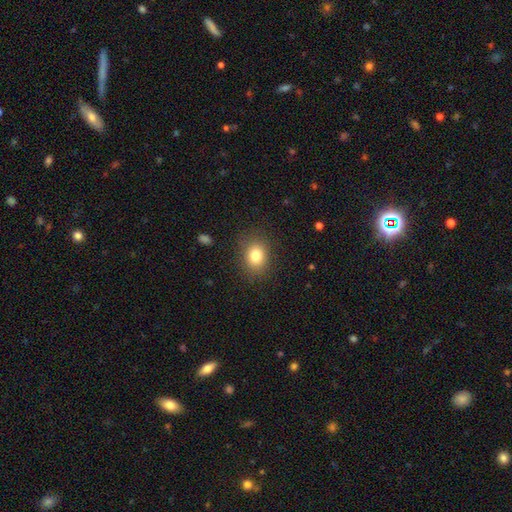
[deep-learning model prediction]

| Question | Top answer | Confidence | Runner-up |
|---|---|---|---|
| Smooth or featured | smooth | 81% | star or artifact (11%) |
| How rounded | in between | 52% | round (47%) |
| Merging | none | 85% | minor disturbance (10%) |